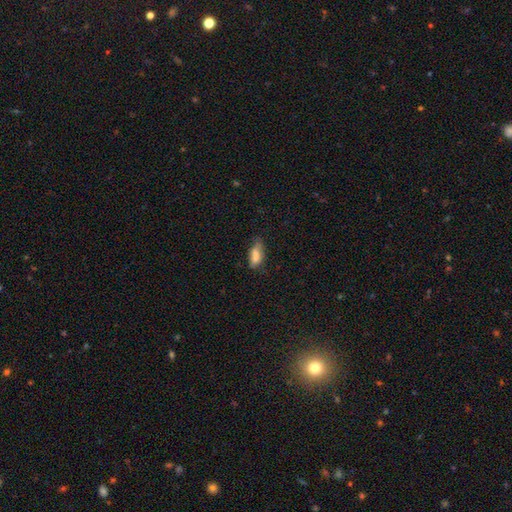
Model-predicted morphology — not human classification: Q: Smooth or featured?
A: smooth (80%); runner-up: featured or disk (11%)
Q: How rounded?
A: in between (76%); runner-up: cigar-shaped (21%)
Q: Merging?
A: none (49%); runner-up: minor disturbance (36%)